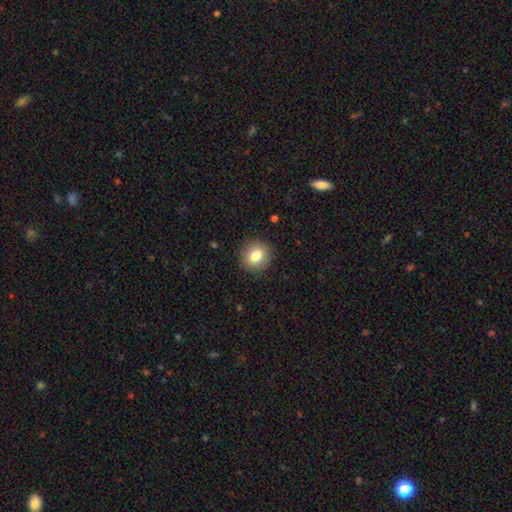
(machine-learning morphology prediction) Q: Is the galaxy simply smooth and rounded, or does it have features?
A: smooth — 80%.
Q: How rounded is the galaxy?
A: round — 79%.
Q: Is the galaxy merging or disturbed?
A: none — 90%.